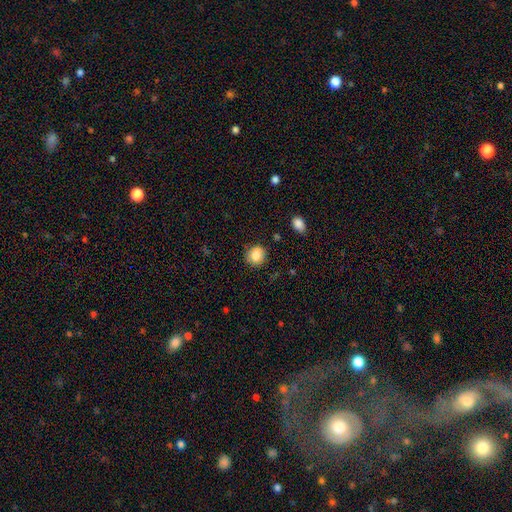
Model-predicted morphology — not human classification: Smooth or featured? smooth (80%)
How rounded? round (77%)
Merging? none (81%)